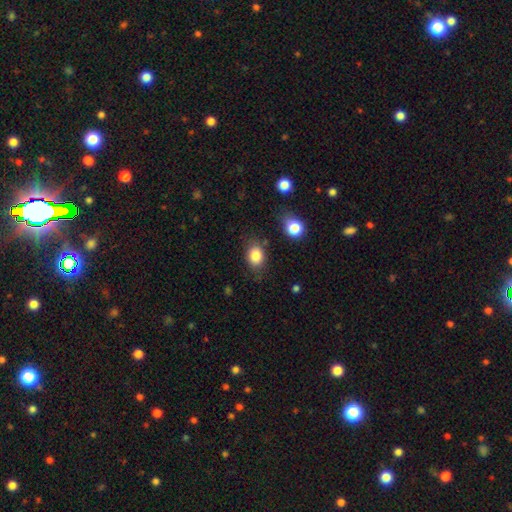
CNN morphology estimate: type=smooth (84%); roundness=in between (65%); merging=none (76%).